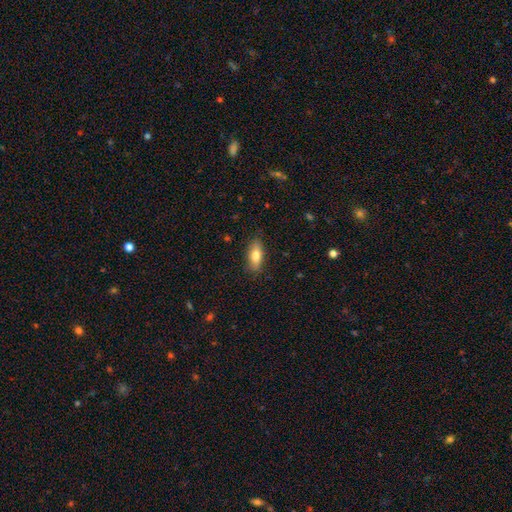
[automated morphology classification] Overall: smooth (76%). How rounded: in between (75%). Merging: none (84%).